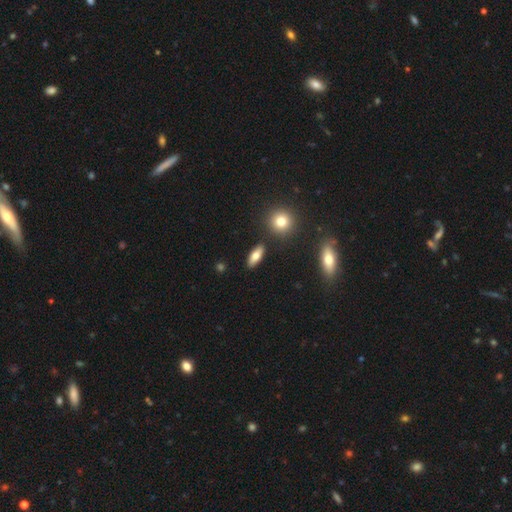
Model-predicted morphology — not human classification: A smooth galaxy with no disk features (75%) that is in between round and cigar-shaped (74%). Merging: none (87%).